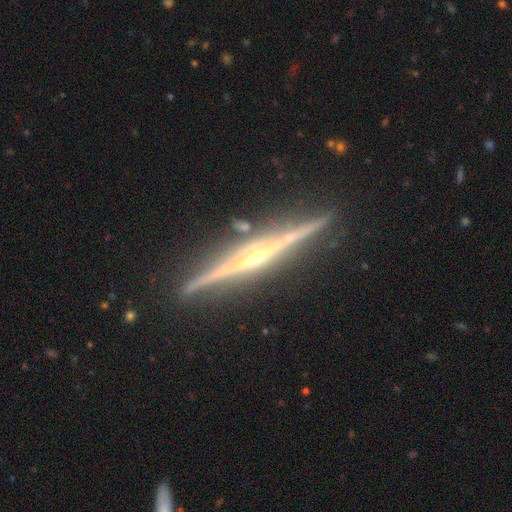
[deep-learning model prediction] Morphology: type=featured or disk (89%); edge-on=yes (98%); edge-on bulge=rounded (65%); merging=none (89%).